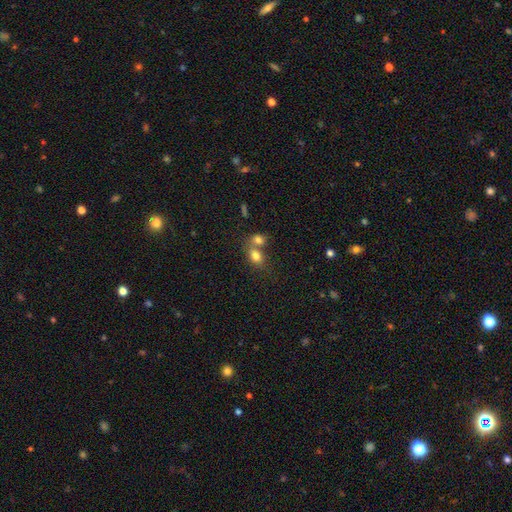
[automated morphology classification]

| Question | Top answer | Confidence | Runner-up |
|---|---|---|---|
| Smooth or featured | smooth | 79% | featured or disk (11%) |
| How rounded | in between | 66% | round (33%) |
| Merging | merger | 55% | none (33%) |